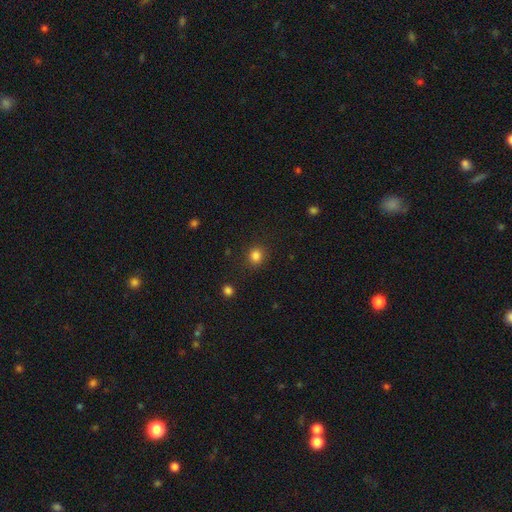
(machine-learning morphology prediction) The model was most divided on "smooth or featured": smooth: 83%, star or artifact: 13%, featured or disk: 4%. More confident: merging — none (87%); how rounded — round (85%).